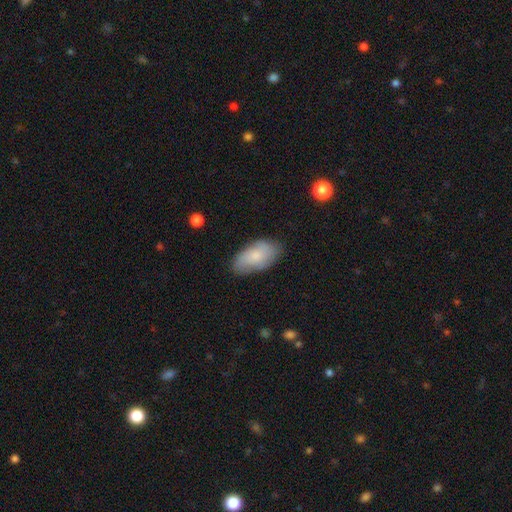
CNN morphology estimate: A smooth galaxy with no disk features (74%) that is in between round and cigar-shaped (94%). Merging: none (76%).